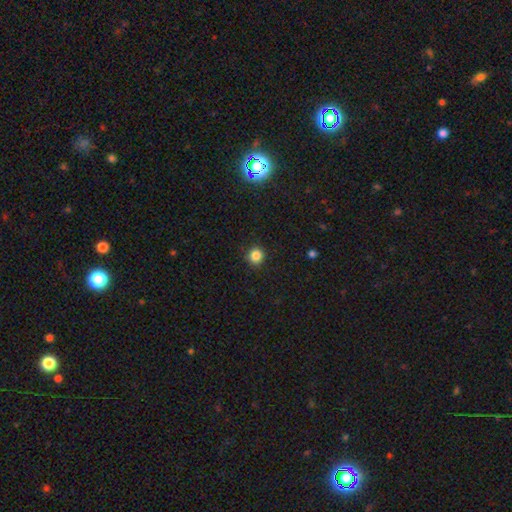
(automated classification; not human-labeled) smooth 84%, star or artifact 12%, featured or disk 4%. Down the decision tree: how rounded — round (93%); merging — none (91%).